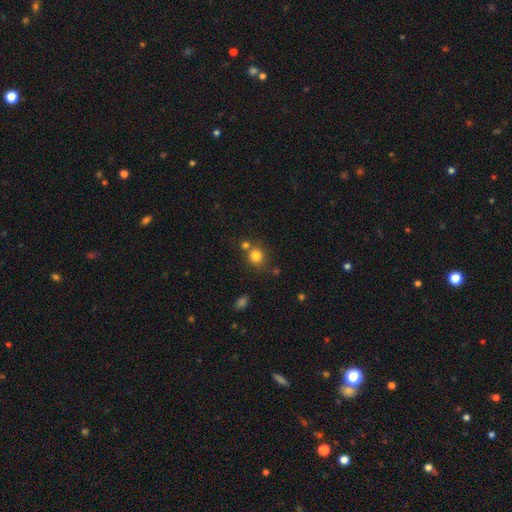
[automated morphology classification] Smooth or featured? smooth (81%)
How rounded? round (83%)
Merging? none (65%)